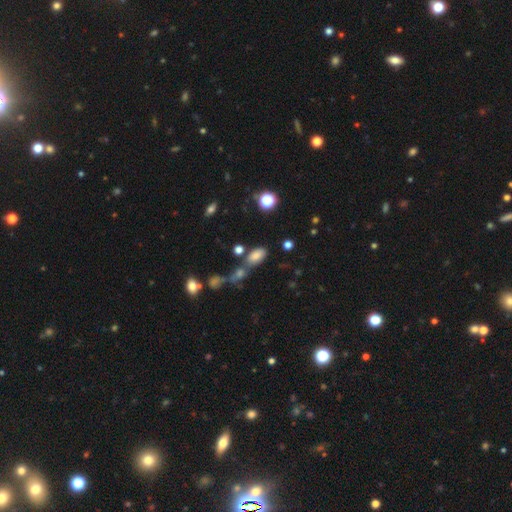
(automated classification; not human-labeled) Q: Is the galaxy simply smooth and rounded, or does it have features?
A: smooth — 79%.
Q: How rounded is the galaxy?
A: in between — 91%.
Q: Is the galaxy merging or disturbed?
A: none — 54%.